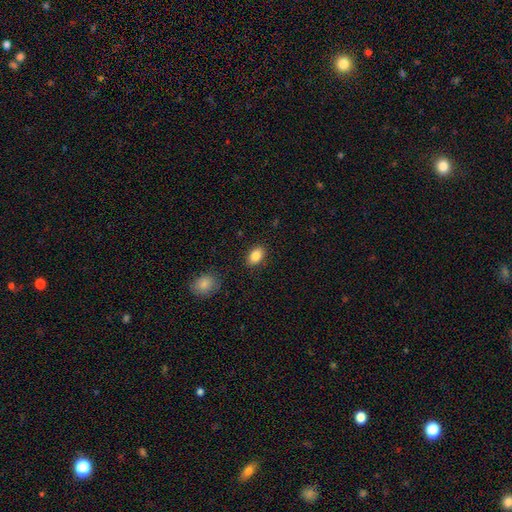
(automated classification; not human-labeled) smooth 86%, star or artifact 8%, featured or disk 6%. Down the decision tree: how rounded — in between (86%); merging — none (87%).